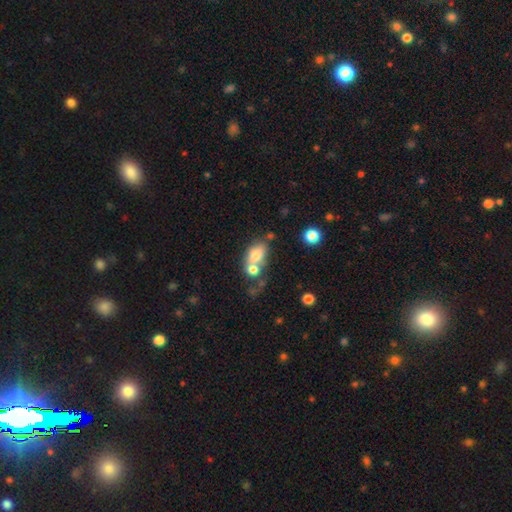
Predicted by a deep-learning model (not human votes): Morphology: type=smooth (72%); roundness=in between (81%); merging=merger (46%).